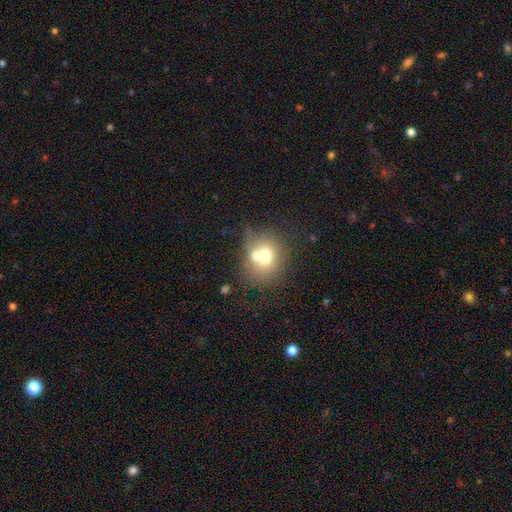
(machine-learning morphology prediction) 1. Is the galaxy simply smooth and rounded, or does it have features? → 65% smooth, 23% featured or disk, 12% star or artifact.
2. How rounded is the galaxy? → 65% round, 34% in between, 1% cigar-shaped.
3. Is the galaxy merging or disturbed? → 42% none, 39% merger, 13% minor disturbance, 7% major disturbance.